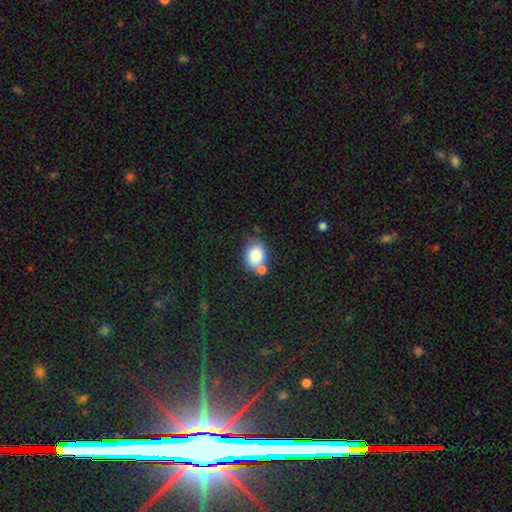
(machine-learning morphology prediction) This is clearly a smooth galaxy (82%). How rounded: possibly in between (58%). Merging: possibly none (55%).